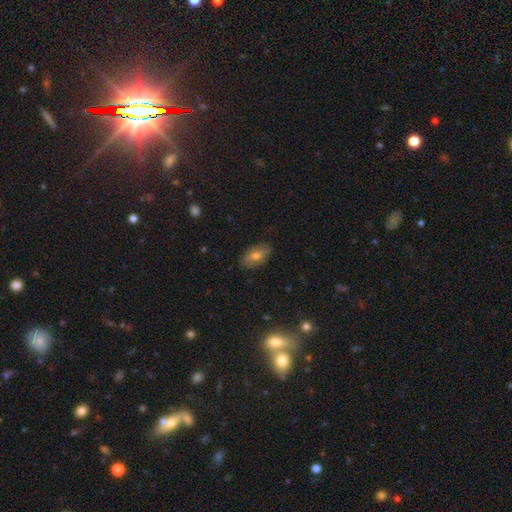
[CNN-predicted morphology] Smooth or featured?
  - smooth: 64% *
  - featured or disk: 26%
  - star or artifact: 10%
How rounded?
  - in between: 90% *
  - round: 6%
  - cigar-shaped: 4%
Merging?
  - none: 83% *
  - minor disturbance: 13%
  - major disturbance: 3%
  - merger: 1%